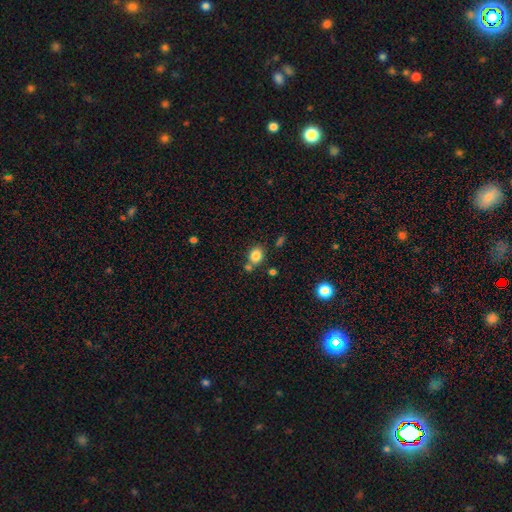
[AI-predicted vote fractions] Smooth or featured? smooth (83%)
How rounded? round (55%)
Merging? none (67%)